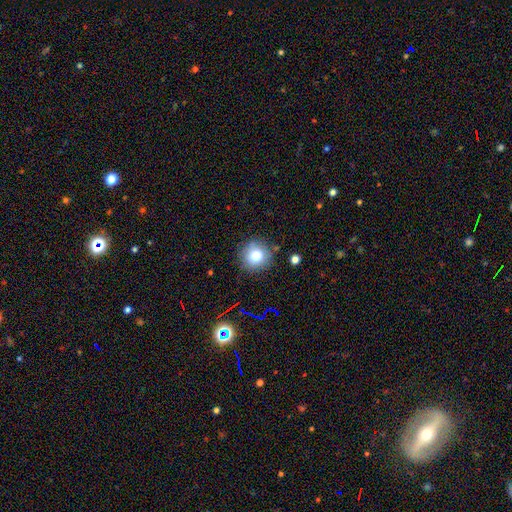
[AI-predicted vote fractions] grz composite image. It shows a smooth galaxy with no disk features (79%) that is round (91%). Merging: none (82%).